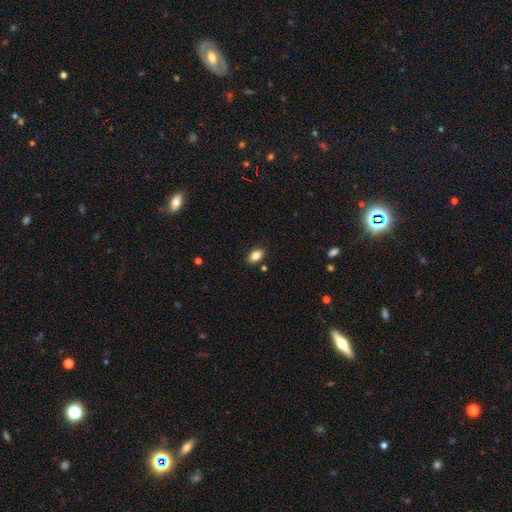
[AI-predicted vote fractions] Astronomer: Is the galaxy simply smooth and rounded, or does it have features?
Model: smooth — 86%.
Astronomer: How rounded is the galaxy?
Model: in between — 91%.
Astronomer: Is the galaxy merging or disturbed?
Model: none — 86%.